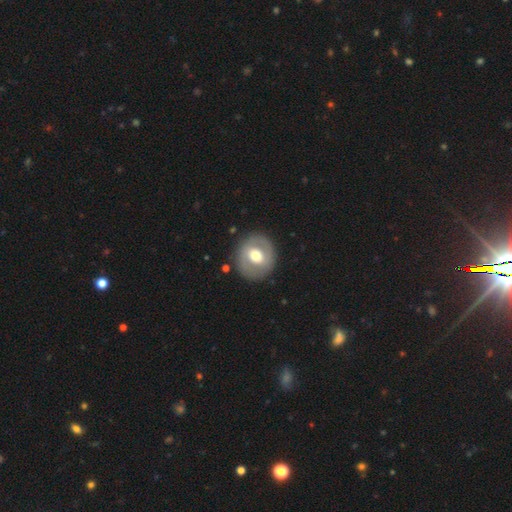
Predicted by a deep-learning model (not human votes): Smooth or featured? Predicted: featured or disk (p=0.48). Merging? Predicted: none (p=0.85).